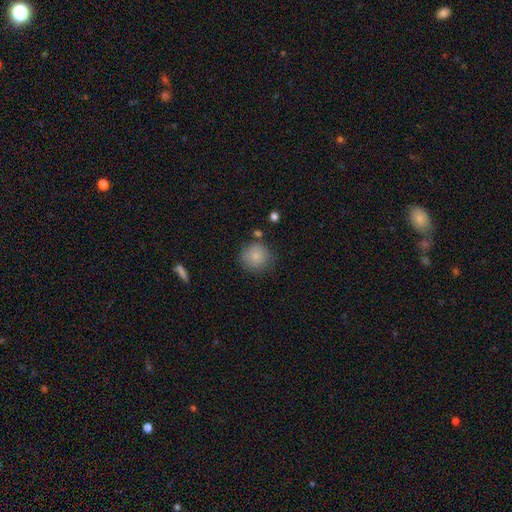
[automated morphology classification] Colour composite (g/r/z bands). It shows a smooth galaxy with no disk features (84%) that is round (92%). Merging: none (77%).